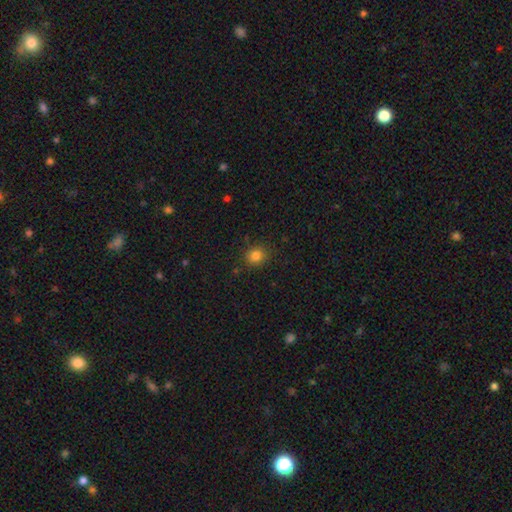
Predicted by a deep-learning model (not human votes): Q: Smooth or featured?
A: smooth (83%); runner-up: star or artifact (13%)
Q: How rounded?
A: round (79%); runner-up: in between (20%)
Q: Merging?
A: none (86%); runner-up: minor disturbance (9%)